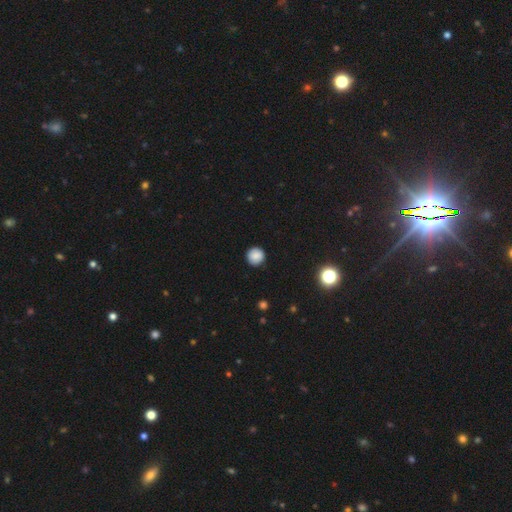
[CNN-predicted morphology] A smooth galaxy with no disk features (86%) that is round (95%).

Vote fractions:
- Smooth or featured? smooth: 86% / star or artifact: 10% / featured or disk: 4%
- How rounded? round: 95% / in between: 4% / cigar-shaped: 1%
- Merging? none: 89% / minor disturbance: 8% / major disturbance: 2% / merger: 1%